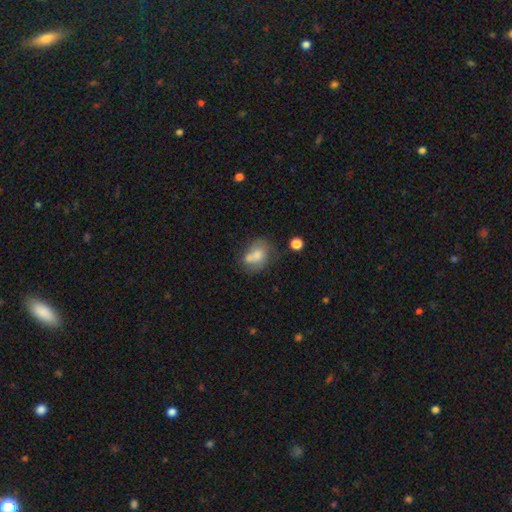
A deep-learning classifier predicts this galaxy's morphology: This appears to be a smooth galaxy with no disk features (70%) that is in between round and cigar-shaped (64%). Merging: none (35%).